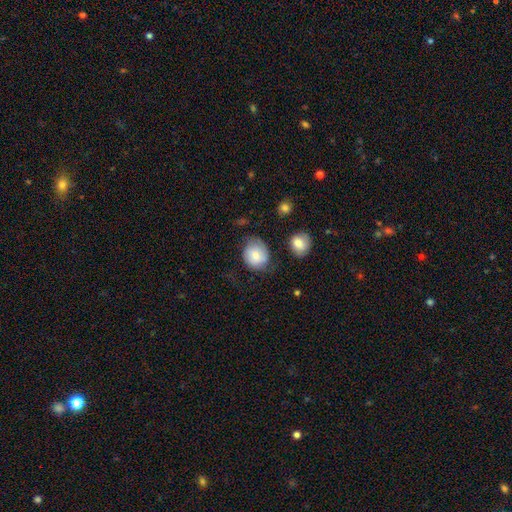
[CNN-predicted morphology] Smooth or featured: smooth — 74% (featured or disk — 18%)
How rounded: round — 71% (in between — 28%)
Merging: none — 57% (minor disturbance — 28%)